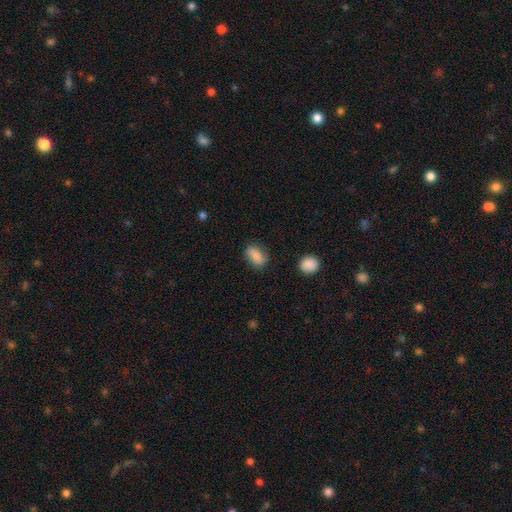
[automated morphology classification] type=smooth (80%); roundness=in between (83%); merging=none (69%).